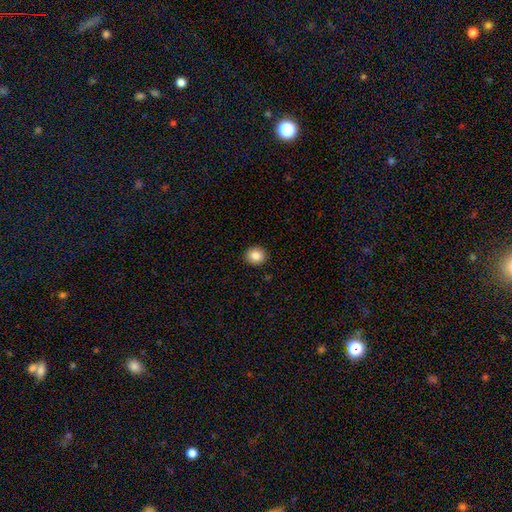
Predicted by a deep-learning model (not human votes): smooth 85%, star or artifact 9%, featured or disk 6%. Down the decision tree: how rounded — round (84%); merging — none (92%).